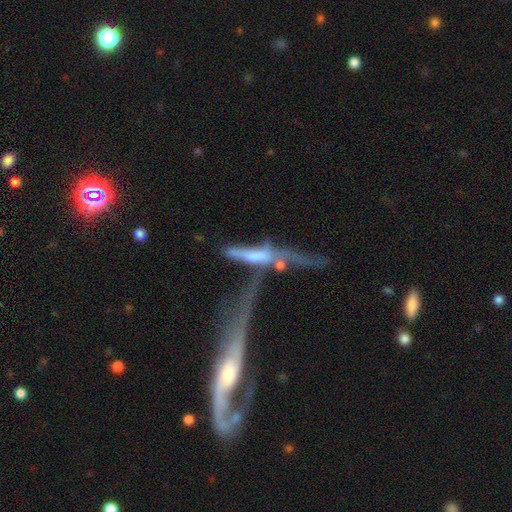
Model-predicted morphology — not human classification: Smooth or featured? Predicted: featured or disk (p=0.52). Edge-on disk? Predicted: yes (p=0.59). Merging? Predicted: merger (p=0.42).